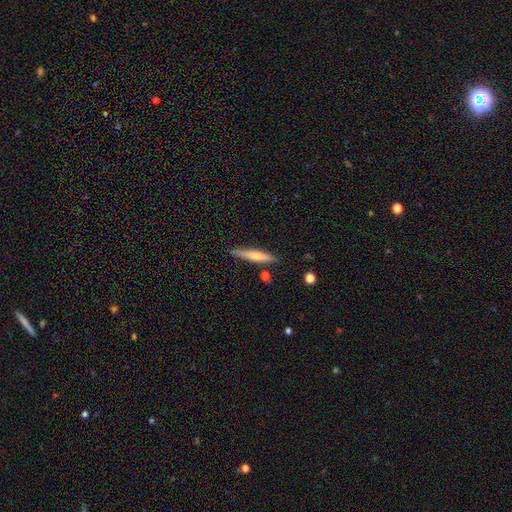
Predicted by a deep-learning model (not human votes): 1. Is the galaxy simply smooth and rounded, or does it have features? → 49% smooth, 44% featured or disk, 7% star or artifact.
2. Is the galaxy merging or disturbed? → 86% none, 9% minor disturbance, 3% merger, 2% major disturbance.